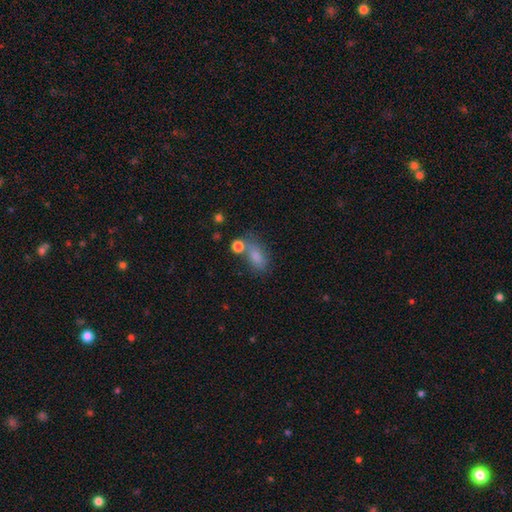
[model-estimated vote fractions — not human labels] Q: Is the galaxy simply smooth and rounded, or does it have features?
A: smooth — 78%.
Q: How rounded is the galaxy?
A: in between — 82%.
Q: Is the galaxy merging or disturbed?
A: none — 51%.